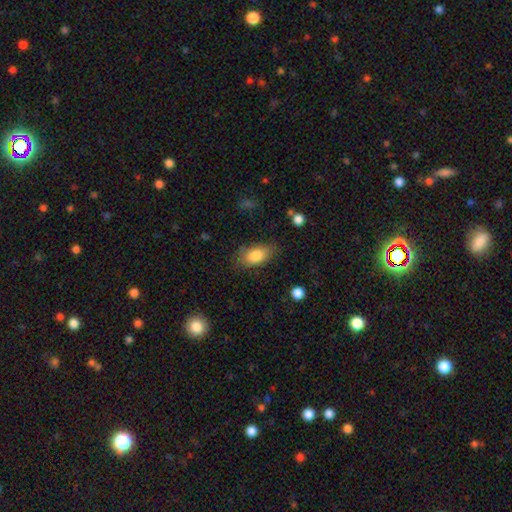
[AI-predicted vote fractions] Q: Smooth or featured?
A: smooth (82%); runner-up: featured or disk (10%)
Q: How rounded?
A: in between (90%); runner-up: round (5%)
Q: Merging?
A: none (75%); runner-up: minor disturbance (18%)